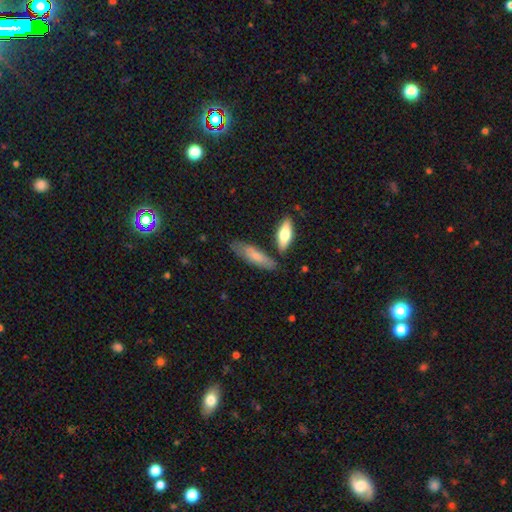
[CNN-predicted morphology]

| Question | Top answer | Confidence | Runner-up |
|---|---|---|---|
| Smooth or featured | smooth | 68% | featured or disk (26%) |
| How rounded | cigar-shaped | 55% | in between (43%) |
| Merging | none | 67% | minor disturbance (20%) |